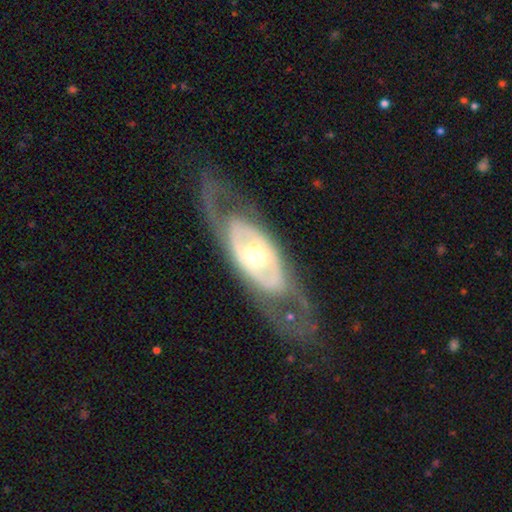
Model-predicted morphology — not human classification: featured or disk 79%, smooth 16%, star or artifact 4%. Down the decision tree: edge-on disk — no (85%); bar — no (75%); spiral arms — no (57%); bulge size — moderate (65%); merging — none (71%).